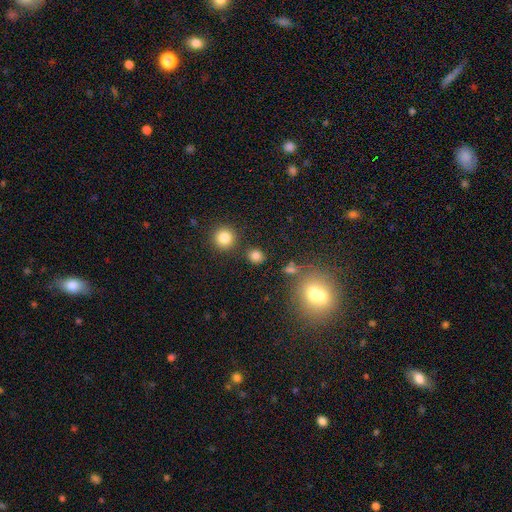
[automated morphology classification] This appears to be a smooth galaxy with no disk features (81%) that is round (82%). Merging: none (83%).